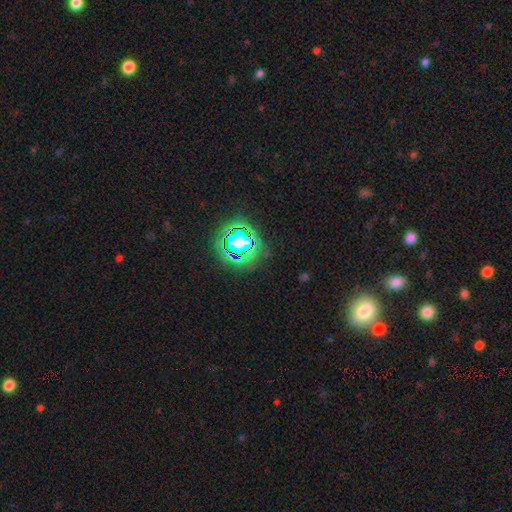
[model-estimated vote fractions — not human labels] This is likely a star or artifact rather than a galaxy (73%).